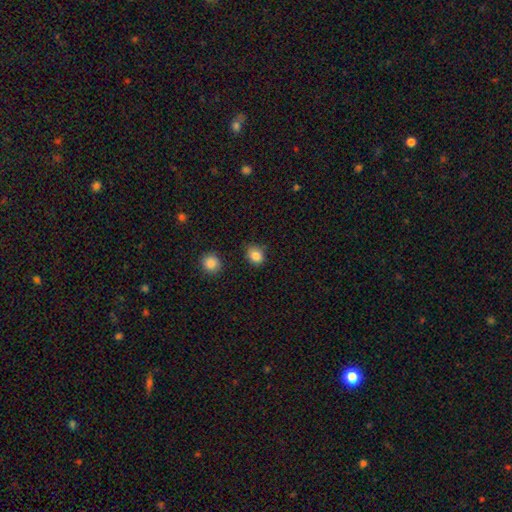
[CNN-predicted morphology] Q: Smooth or featured?
A: smooth (85%); runner-up: star or artifact (10%)
Q: How rounded?
A: round (59%); runner-up: in between (41%)
Q: Merging?
A: none (78%); runner-up: minor disturbance (16%)